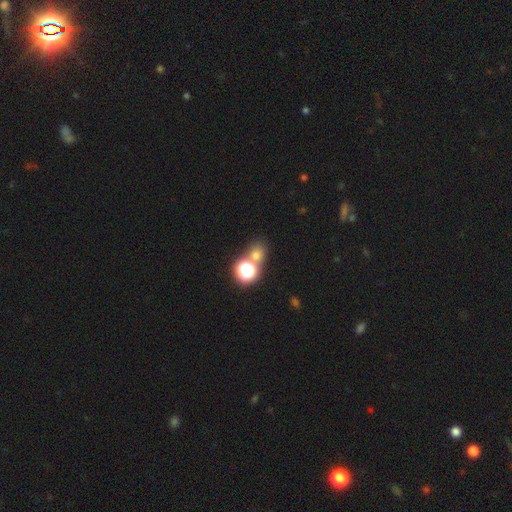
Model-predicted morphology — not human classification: This appears to be a smooth galaxy with no disk features (62%) that is round (74%). Merging: none (59%).